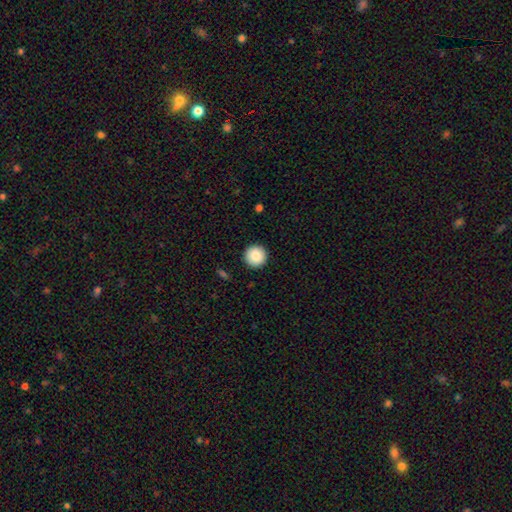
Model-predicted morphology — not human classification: smooth_or_featured: smooth (p=0.88) [alt: star or artifact p=0.08]
how_rounded: round (p=0.96) [alt: in between p=0.03]
merging: none (p=0.93) [alt: minor disturbance p=0.05]